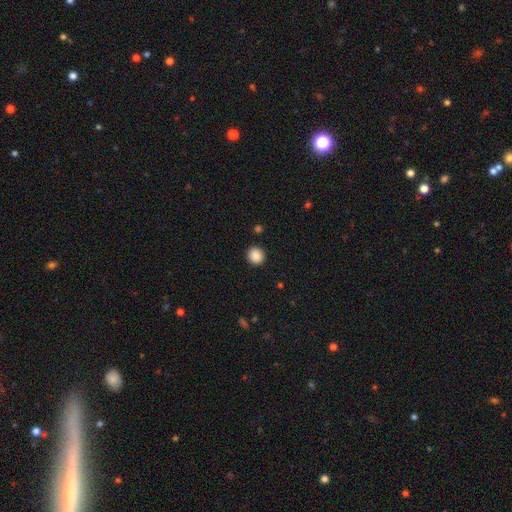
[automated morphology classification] type=smooth (88%); roundness=round (86%); merging=none (91%).